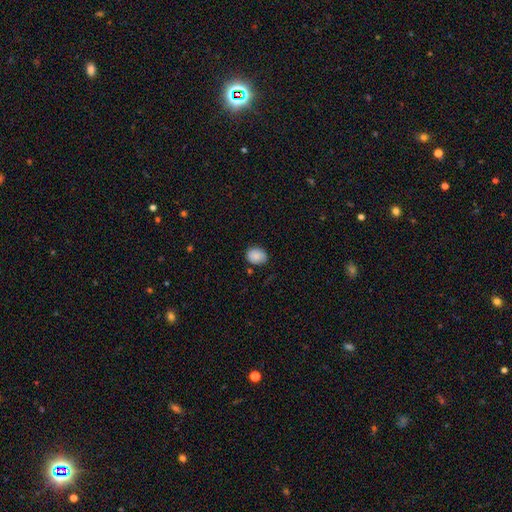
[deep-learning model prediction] A smooth galaxy with no disk features (86%) that is in between round and cigar-shaped (57%). Merging: none (77%).